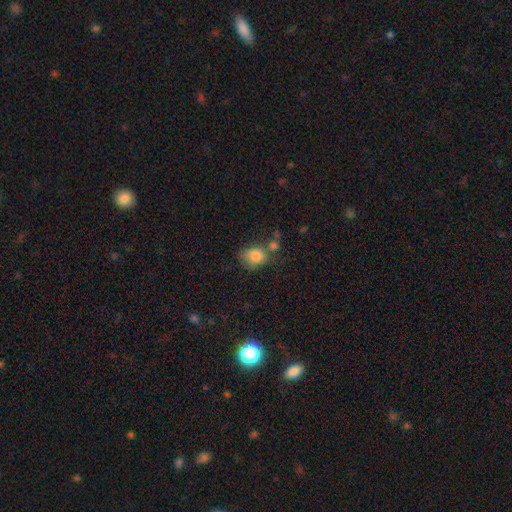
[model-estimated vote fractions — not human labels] smooth-or-featured: smooth: 83% | star or artifact: 10% | featured or disk: 7%
  how-rounded: round: 54% | in between: 45% | cigar-shaped: 1%
  merging: none: 50% | minor disturbance: 22% | merger: 19% | major disturbance: 9%